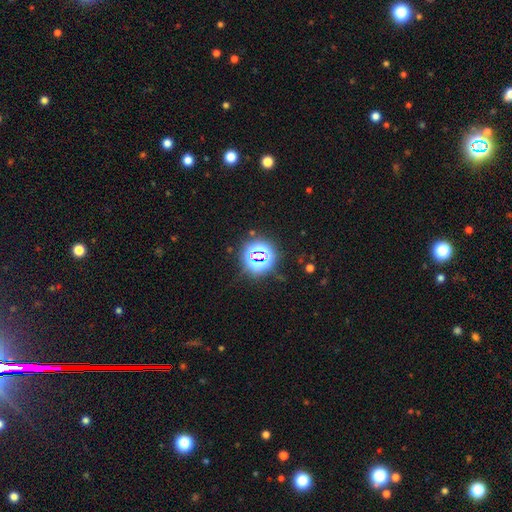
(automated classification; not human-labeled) The model was most divided on "smooth or featured": star or artifact: 73%, smooth: 18%, featured or disk: 10%.